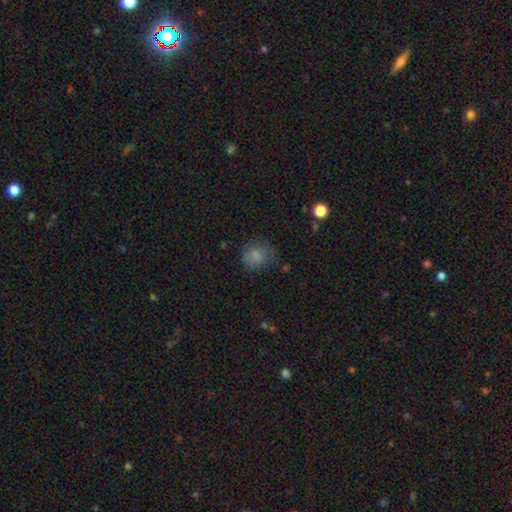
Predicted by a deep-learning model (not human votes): The model was most divided on "merging": none: 68%, minor disturbance: 22%, major disturbance: 8%, merger: 2%. More confident: smooth or featured — smooth (81%); how rounded — round (81%).